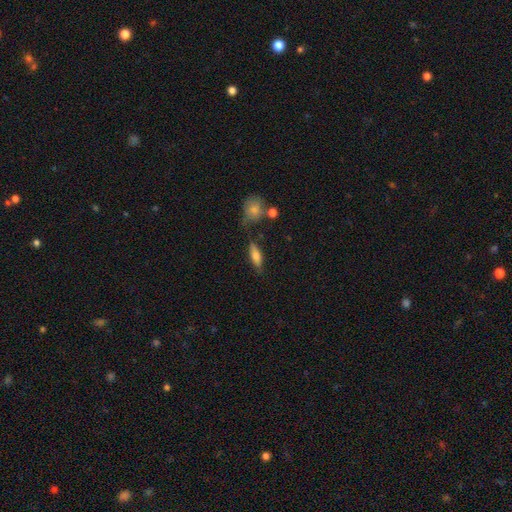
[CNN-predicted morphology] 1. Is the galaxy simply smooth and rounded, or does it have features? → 65% smooth, 28% featured or disk, 7% star or artifact.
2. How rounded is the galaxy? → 51% in between, 45% cigar-shaped, 3% round.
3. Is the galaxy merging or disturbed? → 73% none, 17% minor disturbance, 5% merger, 5% major disturbance.